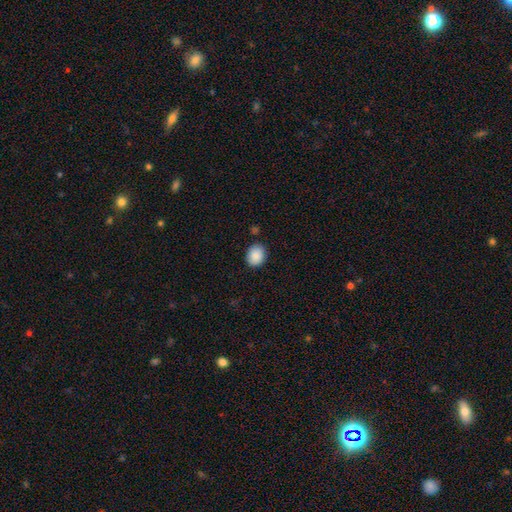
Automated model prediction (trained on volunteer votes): Smooth or featured? Predicted: smooth (p=0.89). How rounded? Predicted: round (p=0.58). Merging? Predicted: none (p=0.84).